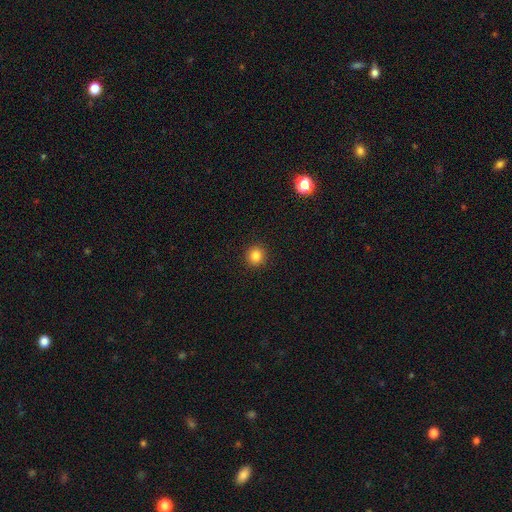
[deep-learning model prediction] Overall: smooth (84%). How rounded: round (90%). Merging: none (92%).